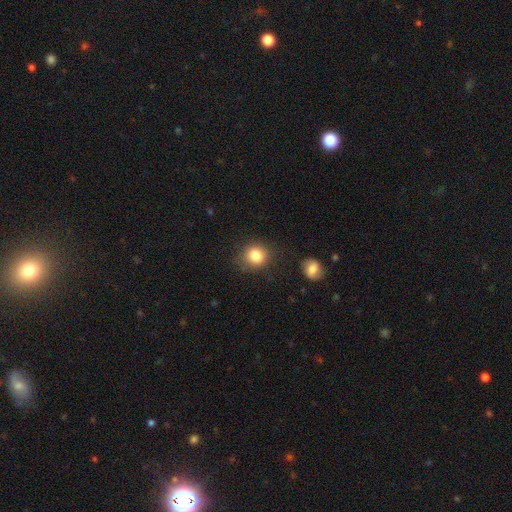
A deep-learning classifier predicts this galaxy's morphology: Smooth or featured? smooth (83%)
How rounded? round (80%)
Merging? none (80%)